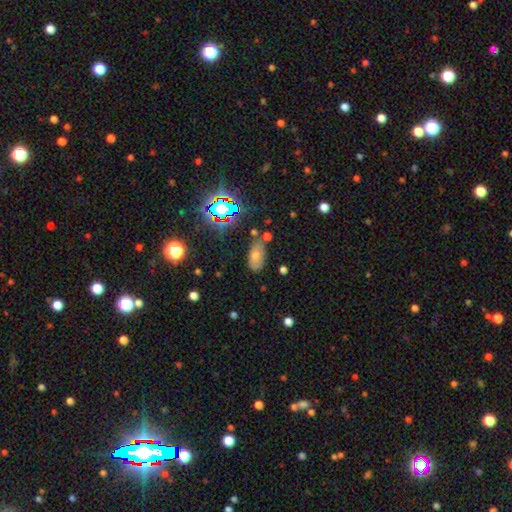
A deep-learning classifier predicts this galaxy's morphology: A smooth galaxy with no disk features (65%) that is in between round and cigar-shaped (90%).

Vote fractions:
- Smooth or featured? smooth: 65% / star or artifact: 18% / featured or disk: 17%
- How rounded? in between: 90% / round: 5% / cigar-shaped: 5%
- Merging? none: 63% / minor disturbance: 22% / merger: 8% / major disturbance: 7%